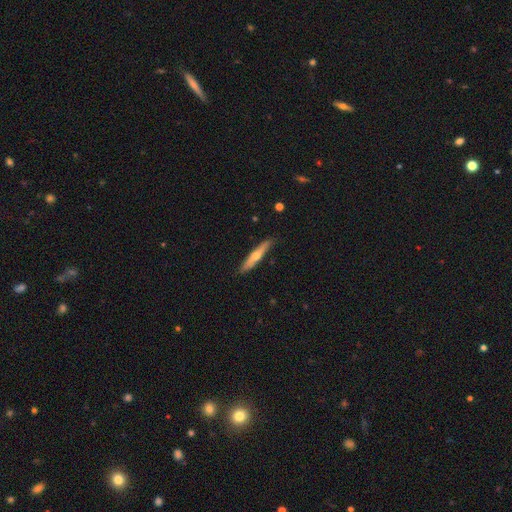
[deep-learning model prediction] Smooth or featured: featured or disk — 48% (smooth — 46%)
Merging: none — 88% (minor disturbance — 10%)